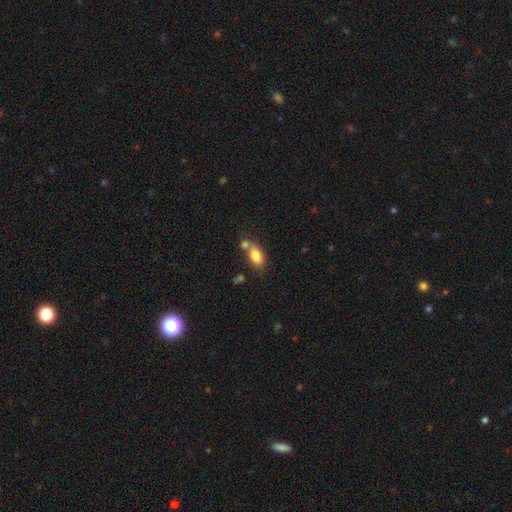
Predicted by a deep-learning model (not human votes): A smooth galaxy with no disk features (83%) that is in between round and cigar-shaped (87%).

Vote fractions:
- Smooth or featured? smooth: 83% / featured or disk: 9% / star or artifact: 8%
- How rounded? in between: 87% / round: 9% / cigar-shaped: 4%
- Merging? none: 48% / merger: 32% / minor disturbance: 14% / major disturbance: 5%